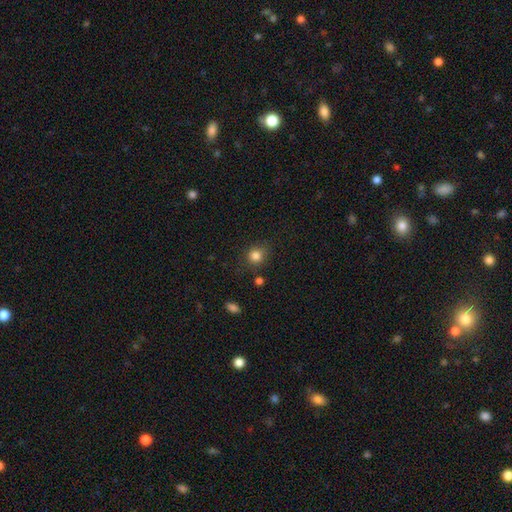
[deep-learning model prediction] Q: Smooth or featured?
A: smooth (83%); runner-up: star or artifact (12%)
Q: How rounded?
A: round (83%); runner-up: in between (16%)
Q: Merging?
A: none (80%); runner-up: minor disturbance (13%)